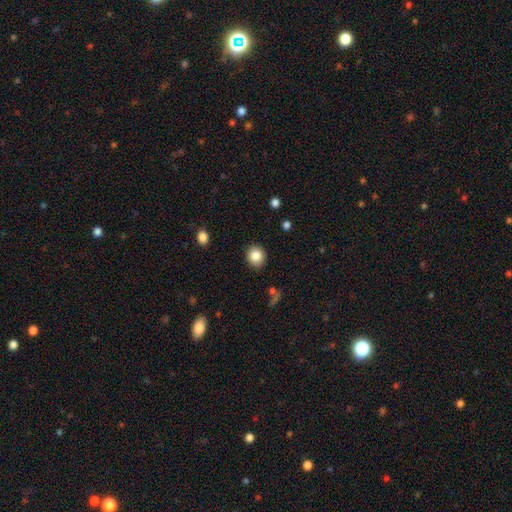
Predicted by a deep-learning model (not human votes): Q: Smooth or featured?
A: smooth (84%); runner-up: star or artifact (9%)
Q: How rounded?
A: round (76%); runner-up: in between (23%)
Q: Merging?
A: none (89%); runner-up: minor disturbance (7%)